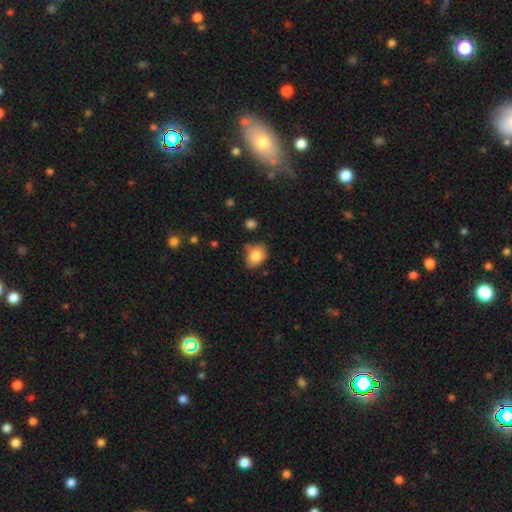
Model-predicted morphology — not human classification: The model was most divided on "how rounded": in between: 62%, round: 37%, cigar-shaped: 1%. More confident: smooth or featured — smooth (82%); merging — none (59%).